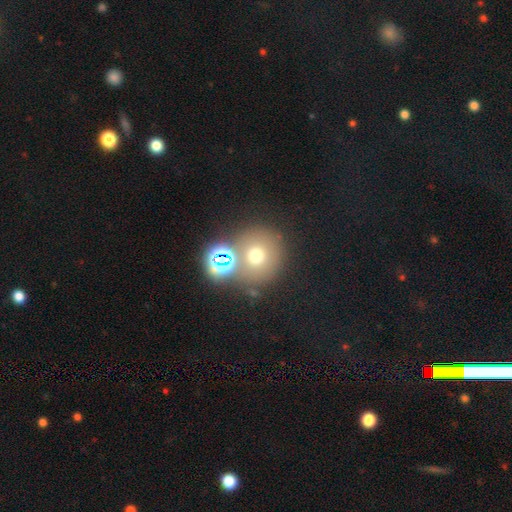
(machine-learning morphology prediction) This is likely a smooth galaxy (63%). How rounded: clearly round (90%). Merging: likely none (70%).